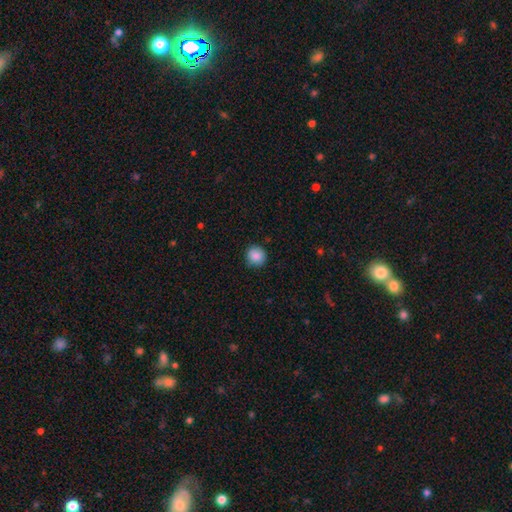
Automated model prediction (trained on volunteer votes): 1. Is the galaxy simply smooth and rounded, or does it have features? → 88% smooth, 9% star or artifact, 4% featured or disk.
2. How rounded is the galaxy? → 92% round, 7% in between, 1% cigar-shaped.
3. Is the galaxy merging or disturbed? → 88% none, 9% minor disturbance, 2% major disturbance, 1% merger.